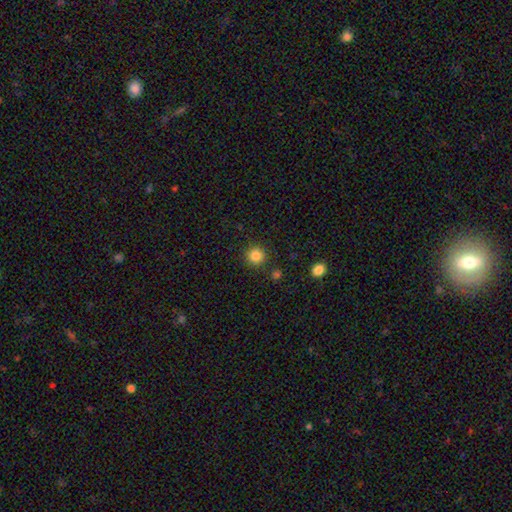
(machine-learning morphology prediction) A smooth galaxy with no disk features (85%) that is round (94%).

Vote fractions:
- Smooth or featured? smooth: 85% / star or artifact: 11% / featured or disk: 4%
- How rounded? round: 94% / in between: 5% / cigar-shaped: 1%
- Merging? none: 90% / minor disturbance: 6% / merger: 3% / major disturbance: 2%